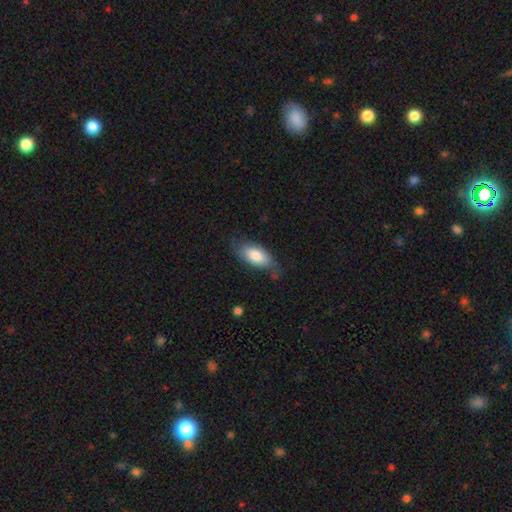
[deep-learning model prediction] Morphology: type=smooth (79%); roundness=in between (88%); merging=none (66%).